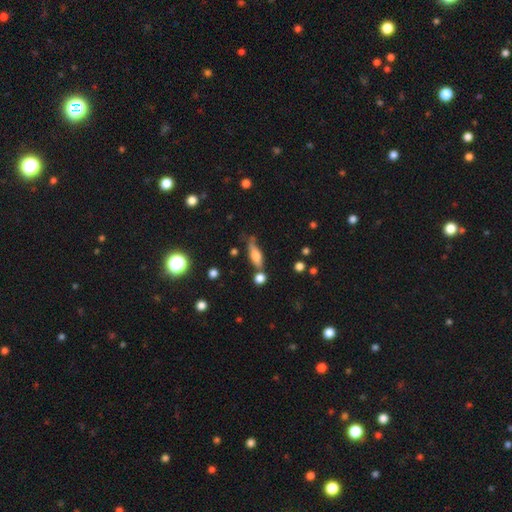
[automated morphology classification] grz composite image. It shows a smooth galaxy with no disk features (60%) that is in between round and cigar-shaped (52%). Merging: none (53%).